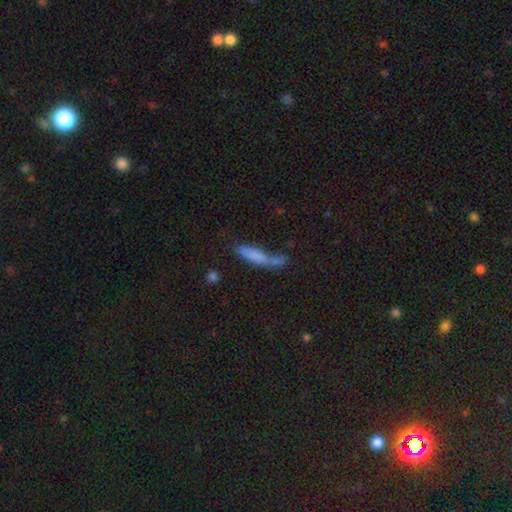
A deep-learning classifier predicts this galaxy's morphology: This is likely a smooth galaxy (70%). How rounded: likely cigar-shaped (74%). Merging: marginally none (38%).